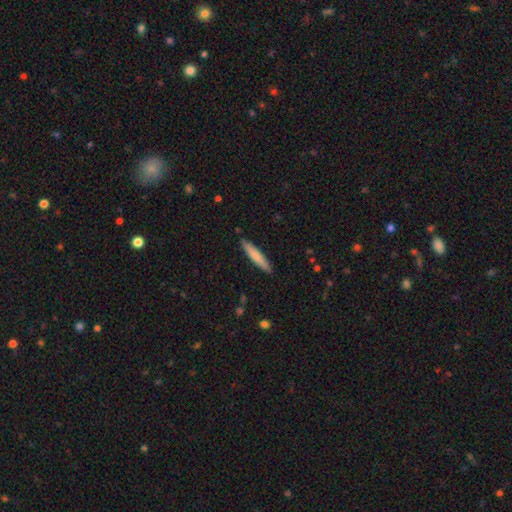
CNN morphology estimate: Q: Smooth or featured?
A: smooth (77%); runner-up: featured or disk (17%)
Q: How rounded?
A: cigar-shaped (91%); runner-up: in between (8%)
Q: Merging?
A: none (89%); runner-up: minor disturbance (9%)